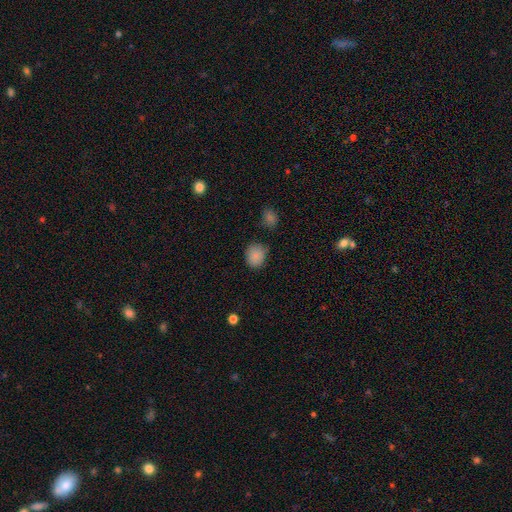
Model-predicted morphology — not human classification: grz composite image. It shows a smooth galaxy with no disk features (85%) that is round (69%). Merging: none (77%).